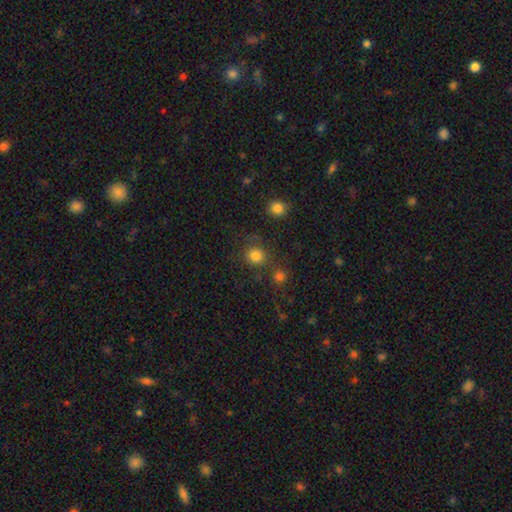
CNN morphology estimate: smooth_or_featured: smooth (p=0.80) [alt: star or artifact p=0.14]
how_rounded: round (p=0.88) [alt: in between p=0.11]
merging: none (p=0.68) [alt: merger p=0.13]